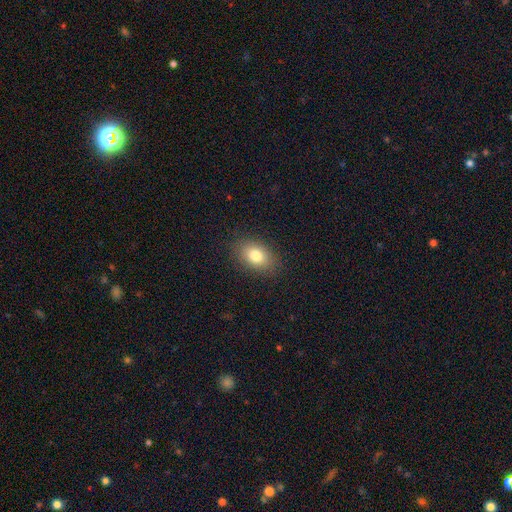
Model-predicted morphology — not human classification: This is likely a smooth galaxy (79%). How rounded: clearly in between (83%). Merging: clearly none (86%).